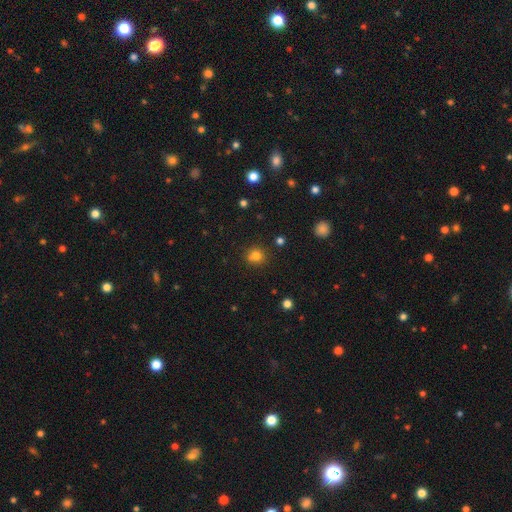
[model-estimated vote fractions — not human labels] Overall: smooth (79%). How rounded: round (85%). Merging: none (81%).